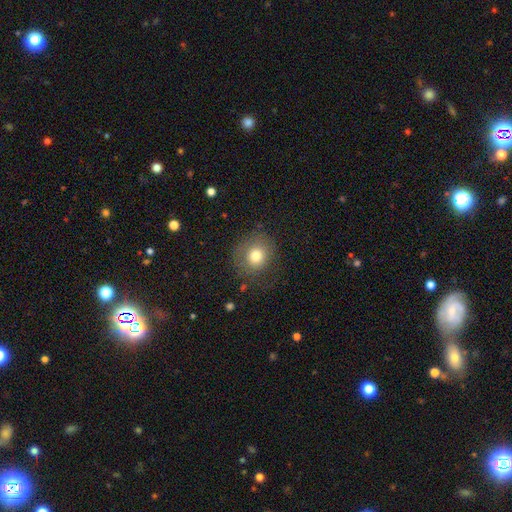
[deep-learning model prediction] Smooth or featured: smooth — 75% (featured or disk — 14%)
How rounded: round — 81% (in between — 18%)
Merging: none — 71% (minor disturbance — 17%)